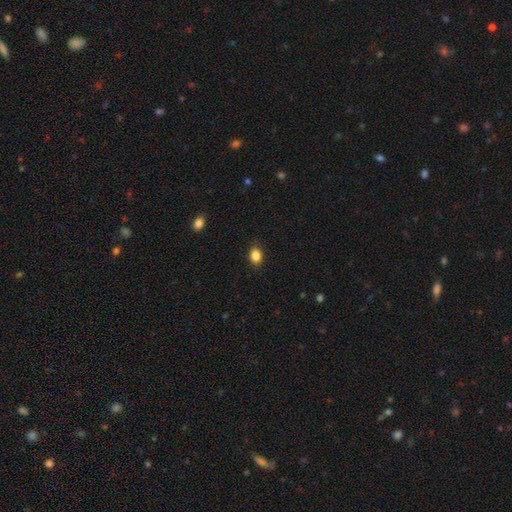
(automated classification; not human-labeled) smooth 86%, star or artifact 10%, featured or disk 5%. Down the decision tree: how rounded — in between (62%); merging — none (86%).